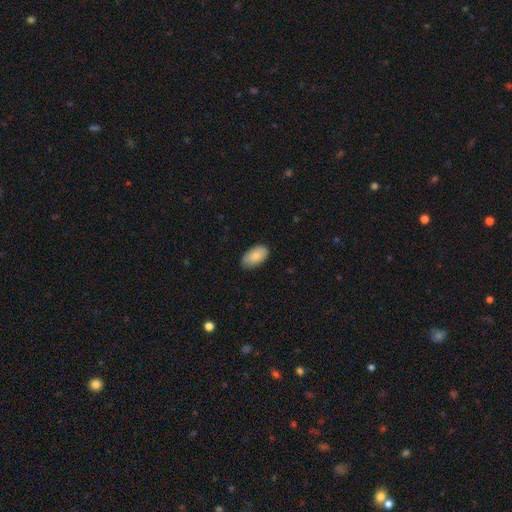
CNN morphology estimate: The model was most divided on "merging": none: 83%, minor disturbance: 14%, major disturbance: 2%, merger: 1%. More confident: how rounded — in between (95%); smooth or featured — smooth (83%).